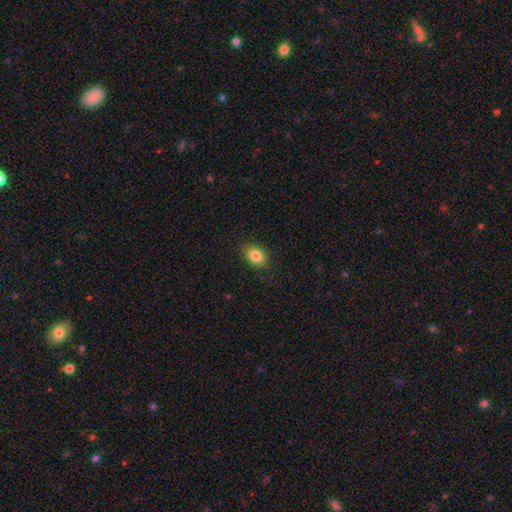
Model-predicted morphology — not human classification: Smooth or featured: smooth — 84% (star or artifact — 8%)
How rounded: in between — 80% (round — 19%)
Merging: none — 85% (minor disturbance — 11%)